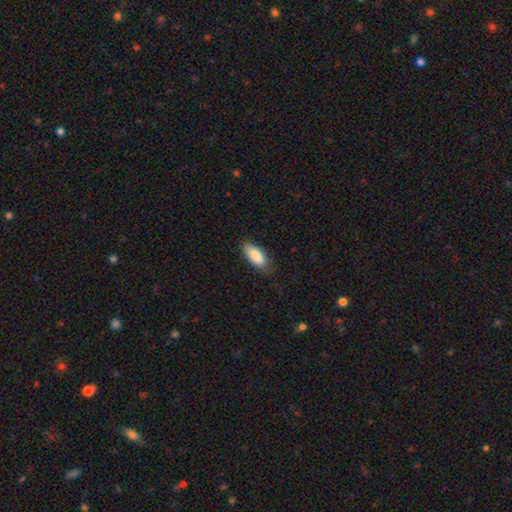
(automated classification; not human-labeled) Overall: smooth (86%). How rounded: in between (85%). Merging: none (71%).